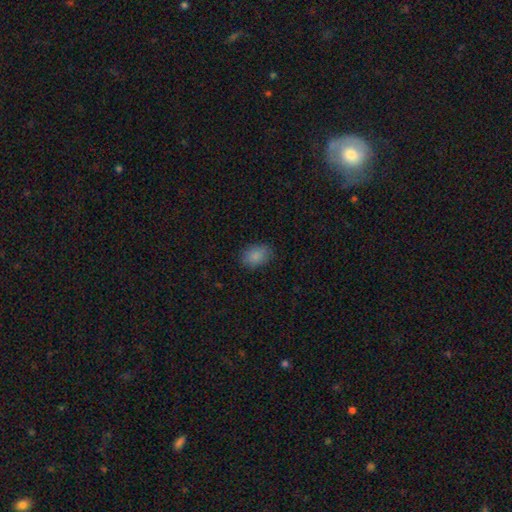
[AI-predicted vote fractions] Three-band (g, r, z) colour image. It shows a smooth galaxy with no disk features (87%) that is in between round and cigar-shaped (77%). Merging: none (84%).